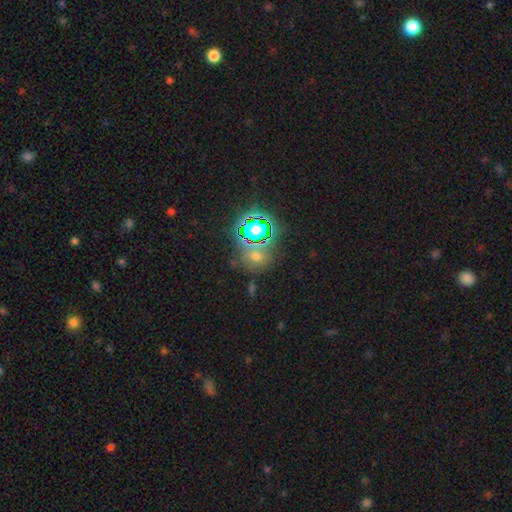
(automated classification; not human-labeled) Smooth or featured? star or artifact (49%)